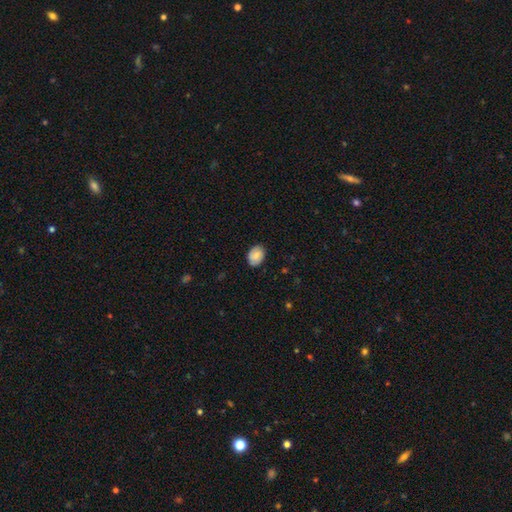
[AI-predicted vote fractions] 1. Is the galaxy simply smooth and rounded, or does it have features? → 73% smooth, 20% featured or disk, 8% star or artifact.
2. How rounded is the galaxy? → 67% in between, 32% round, 1% cigar-shaped.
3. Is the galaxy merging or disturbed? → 83% none, 13% minor disturbance, 2% major disturbance, 1% merger.